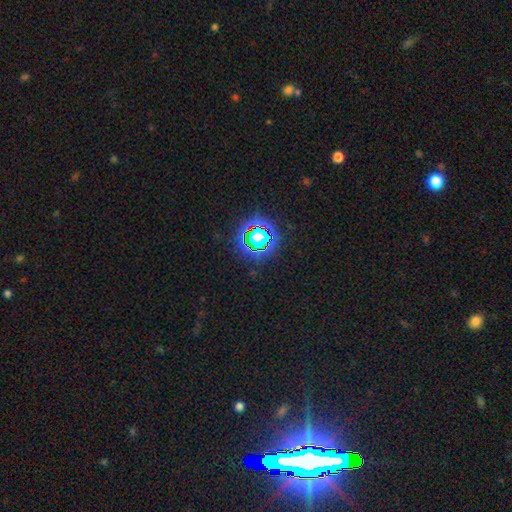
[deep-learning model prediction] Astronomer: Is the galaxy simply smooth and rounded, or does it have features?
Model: star or artifact — 83%.